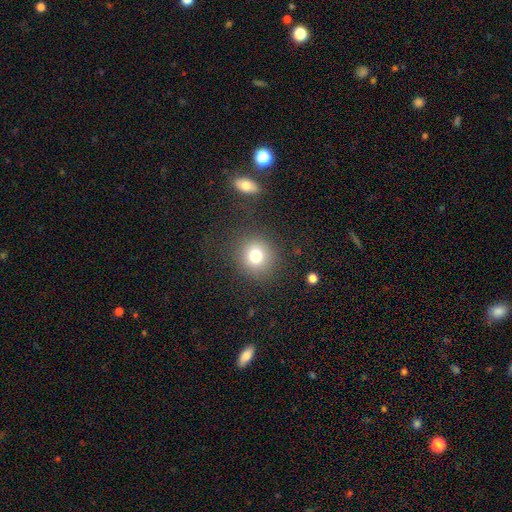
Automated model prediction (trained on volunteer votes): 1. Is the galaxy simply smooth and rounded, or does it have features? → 77% smooth, 13% star or artifact, 10% featured or disk.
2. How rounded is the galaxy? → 87% round, 12% in between, 1% cigar-shaped.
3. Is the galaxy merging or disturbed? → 83% none, 9% minor disturbance, 5% major disturbance, 3% merger.